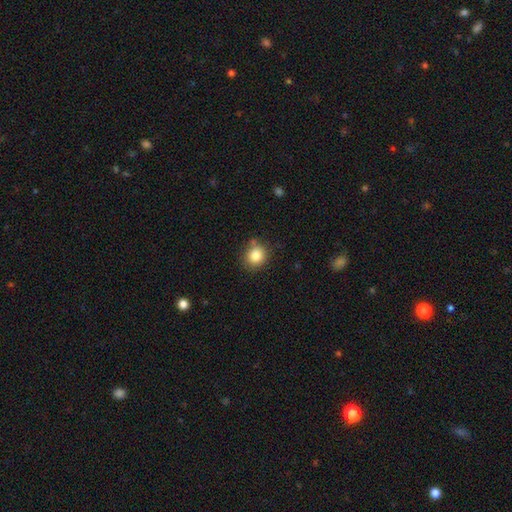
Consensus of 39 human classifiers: Volunteers were most divided on "merging": none: 74%, minor disturbance: 14%, merger: 9%, major disturbance: 3%. More confident: smooth or featured — smooth (87%); how rounded — round (85%).